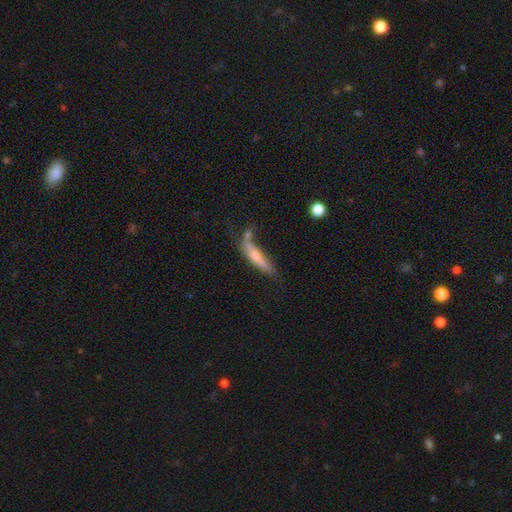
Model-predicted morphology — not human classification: smooth 48%, featured or disk 44%, star or artifact 8%. Down the decision tree: merging — none (42%).